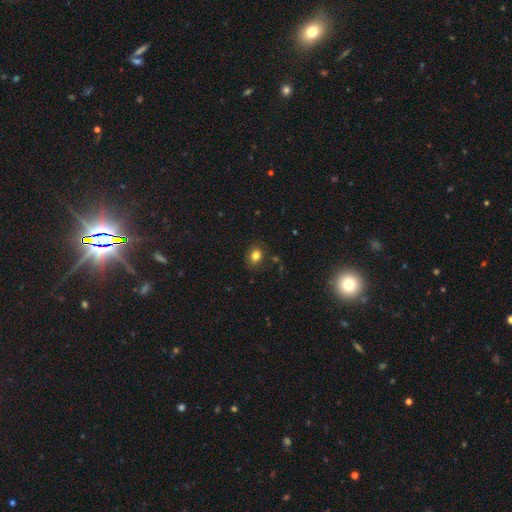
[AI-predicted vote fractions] smooth-or-featured: smooth: 81% | star or artifact: 12% | featured or disk: 7%
  how-rounded: round: 54% | in between: 45% | cigar-shaped: 1%
  merging: none: 82% | minor disturbance: 12% | major disturbance: 3% | merger: 2%